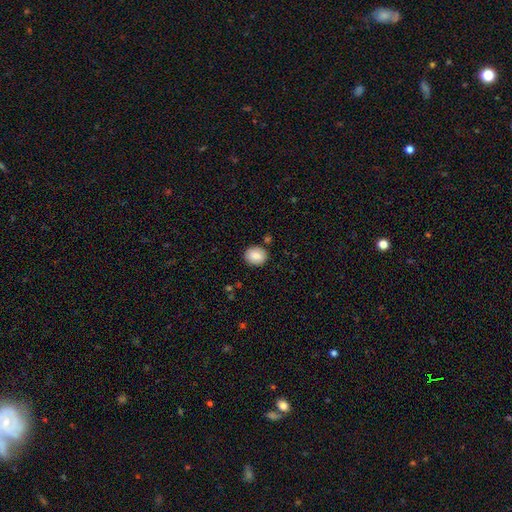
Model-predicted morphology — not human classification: This appears to be a smooth galaxy with no disk features (86%) that is round (69%). Merging: none (87%).